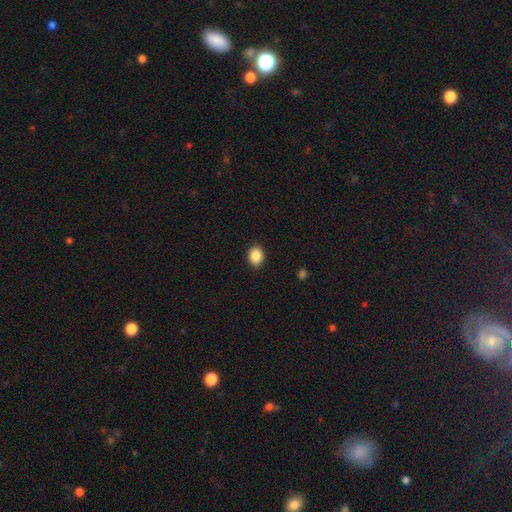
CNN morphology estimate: Q: Smooth or featured?
A: smooth (89%); runner-up: star or artifact (8%)
Q: How rounded?
A: in between (63%); runner-up: round (36%)
Q: Merging?
A: none (90%); runner-up: minor disturbance (7%)